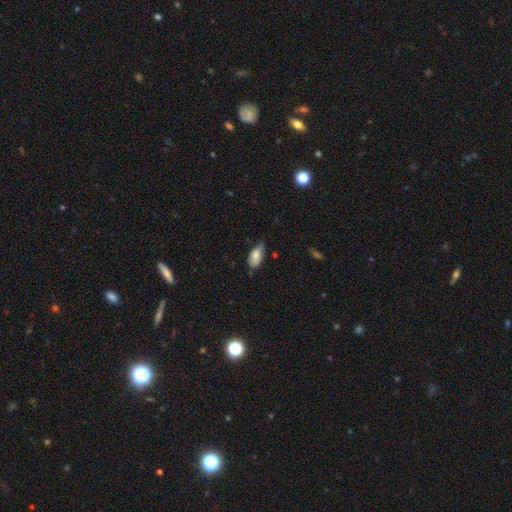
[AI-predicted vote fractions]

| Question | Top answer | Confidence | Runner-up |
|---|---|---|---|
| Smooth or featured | smooth | 76% | featured or disk (17%) |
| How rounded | in between | 91% | cigar-shaped (6%) |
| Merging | none | 54% | minor disturbance (37%) |